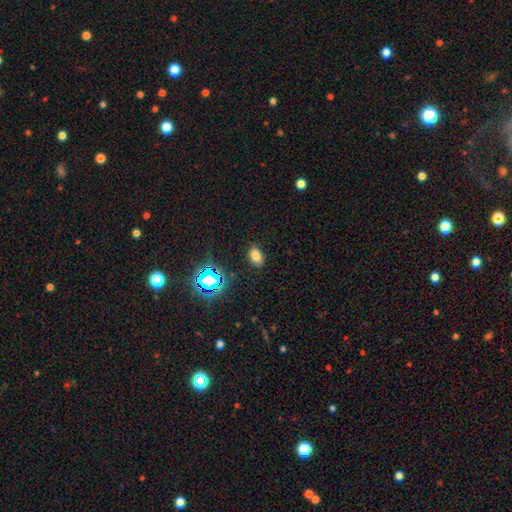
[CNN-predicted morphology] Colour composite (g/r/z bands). It shows a smooth galaxy with no disk features (73%) that is in between round and cigar-shaped (88%). Merging: none (87%).